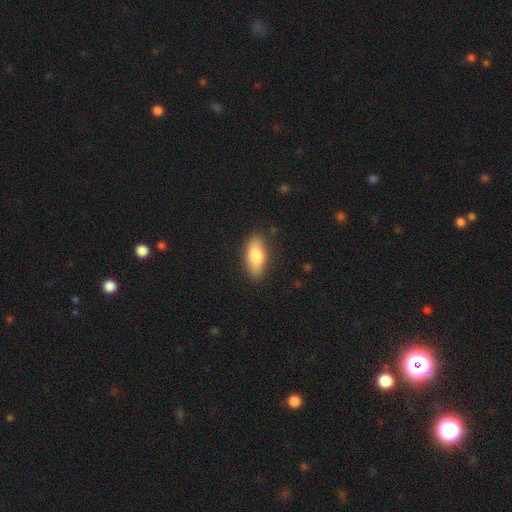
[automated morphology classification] Q: Smooth or featured?
A: smooth (80%); runner-up: featured or disk (14%)
Q: How rounded?
A: in between (82%); runner-up: cigar-shaped (15%)
Q: Merging?
A: none (85%); runner-up: minor disturbance (11%)